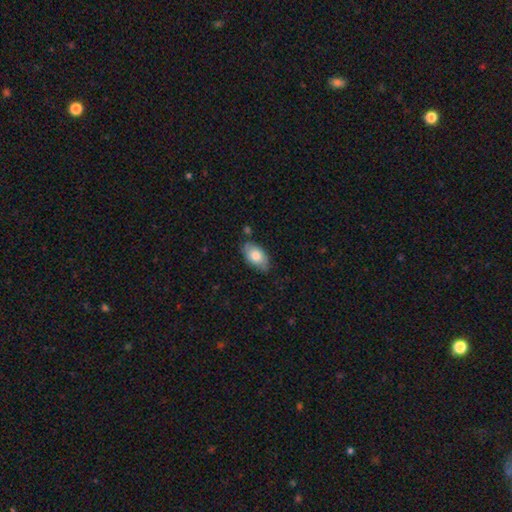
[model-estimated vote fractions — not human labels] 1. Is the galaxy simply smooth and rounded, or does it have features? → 77% smooth, 16% featured or disk, 6% star or artifact.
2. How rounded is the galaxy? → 93% in between, 5% round, 2% cigar-shaped.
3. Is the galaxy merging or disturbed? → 74% none, 20% minor disturbance, 3% major disturbance, 3% merger.